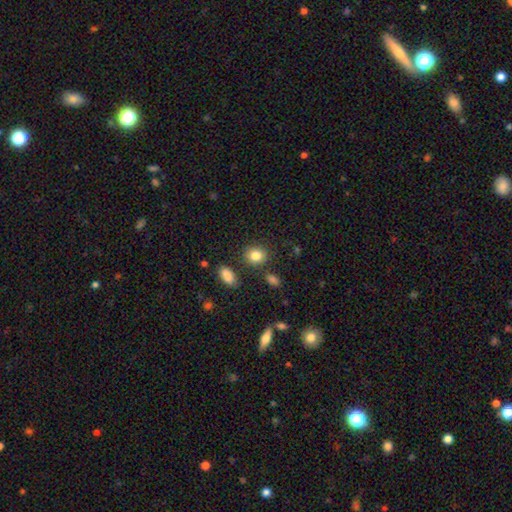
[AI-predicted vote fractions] smooth-or-featured: smooth: 84% | star or artifact: 9% | featured or disk: 6%
  how-rounded: round: 73% | in between: 26% | cigar-shaped: 1%
  merging: none: 83% | minor disturbance: 9% | merger: 5% | major disturbance: 3%